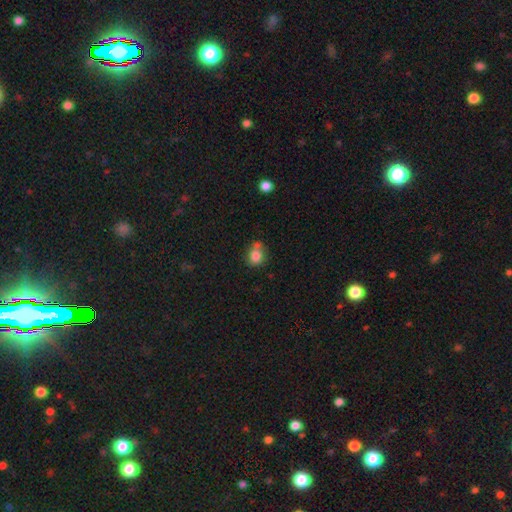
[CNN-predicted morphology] smooth 81%, star or artifact 11%, featured or disk 8%. Down the decision tree: how rounded — round (60%); merging — none (48%).